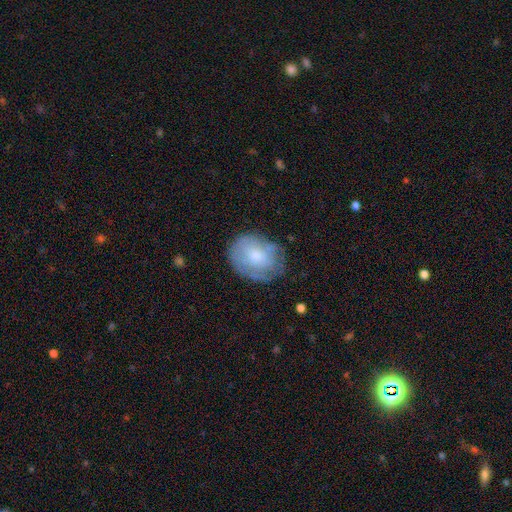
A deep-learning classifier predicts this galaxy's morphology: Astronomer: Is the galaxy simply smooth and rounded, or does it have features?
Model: smooth — 53% (runner-up: featured or disk, 40%).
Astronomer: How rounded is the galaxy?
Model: round — 50% (runner-up: in between, 49%).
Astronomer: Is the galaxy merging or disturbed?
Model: none — 63%.